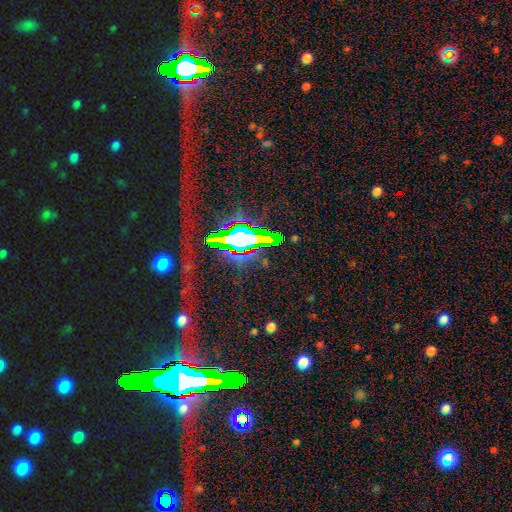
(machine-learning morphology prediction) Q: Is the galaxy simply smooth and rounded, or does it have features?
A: star or artifact — 74%.